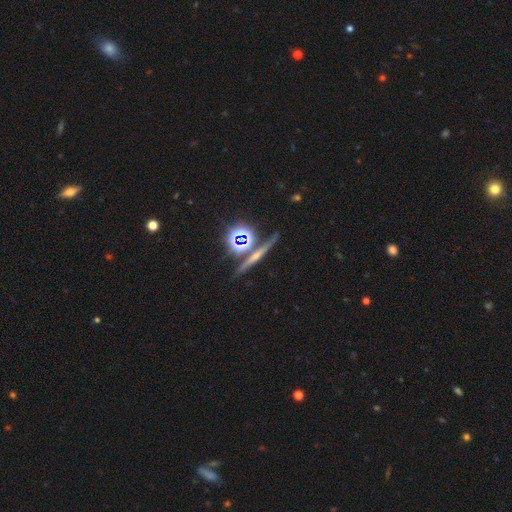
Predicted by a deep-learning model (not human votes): This appears to be a featured or disk galaxy (41%). Merging: none (78%).